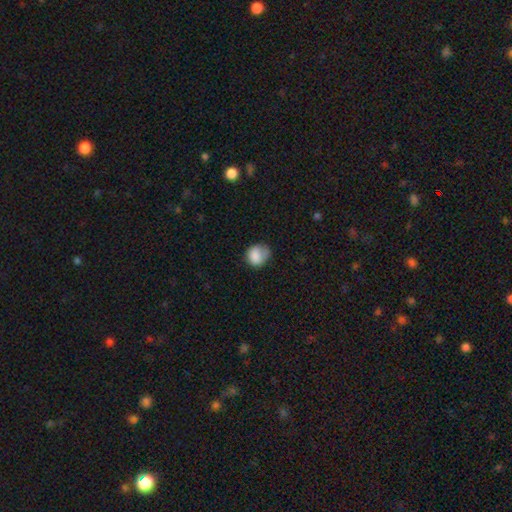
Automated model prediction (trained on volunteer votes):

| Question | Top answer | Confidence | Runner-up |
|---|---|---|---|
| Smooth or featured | smooth | 83% | featured or disk (9%) |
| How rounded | round | 65% | in between (34%) |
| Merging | none | 47% | minor disturbance (36%) |